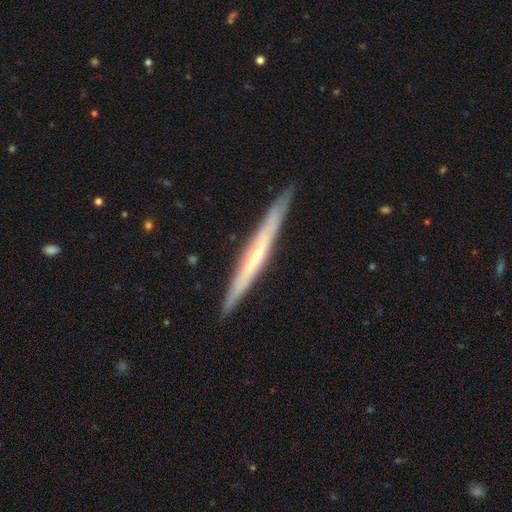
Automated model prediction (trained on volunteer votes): This is likely a featured or disk galaxy (61%). It is clearly viewed edge-on (95%). Edge-on bulge: likely none (70%). Merging: clearly none (90%).